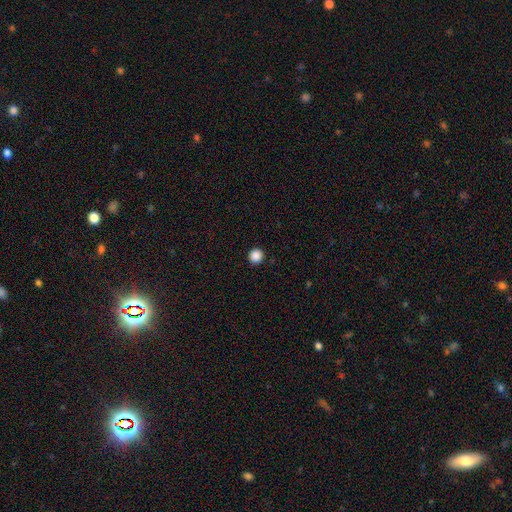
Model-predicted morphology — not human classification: This is clearly a smooth galaxy (87%). How rounded: clearly round (94%). Merging: clearly none (93%).